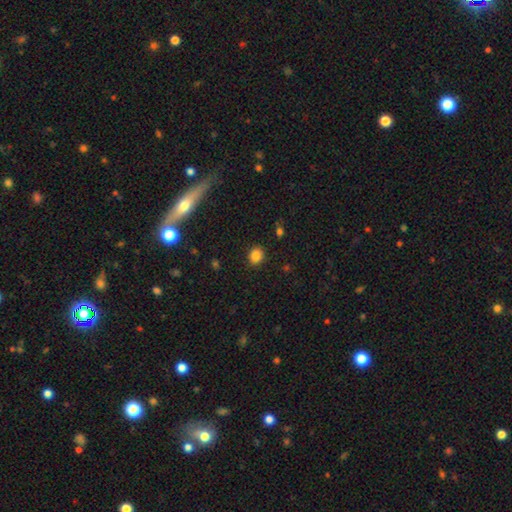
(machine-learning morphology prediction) Smooth or featured? smooth (84%)
How rounded? round (71%)
Merging? none (88%)